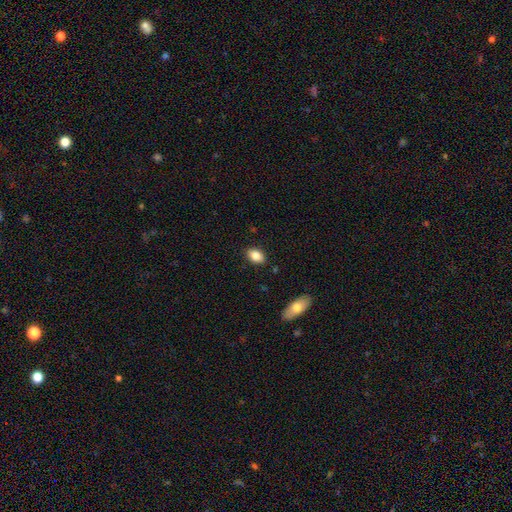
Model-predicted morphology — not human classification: A smooth galaxy with no disk features (84%) that is in between round and cigar-shaped (87%). Merging: none (87%).